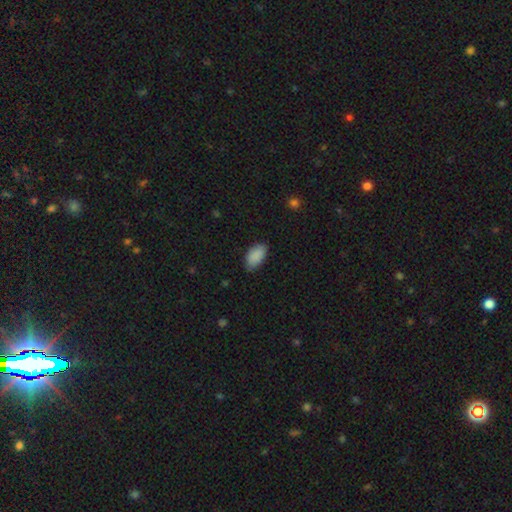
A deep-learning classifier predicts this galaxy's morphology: smooth_or_featured: smooth (p=0.90) [alt: star or artifact p=0.07]
how_rounded: in between (p=0.95) [alt: round p=0.03]
merging: none (p=0.79) [alt: minor disturbance p=0.17]